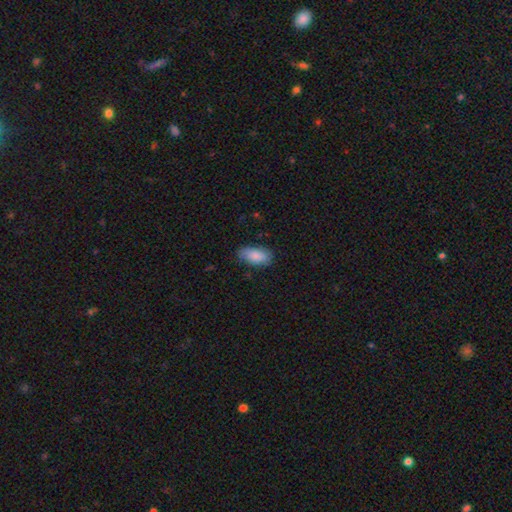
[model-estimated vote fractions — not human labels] This is clearly a smooth galaxy (86%). How rounded: clearly in between (92%). Merging: likely none (77%).